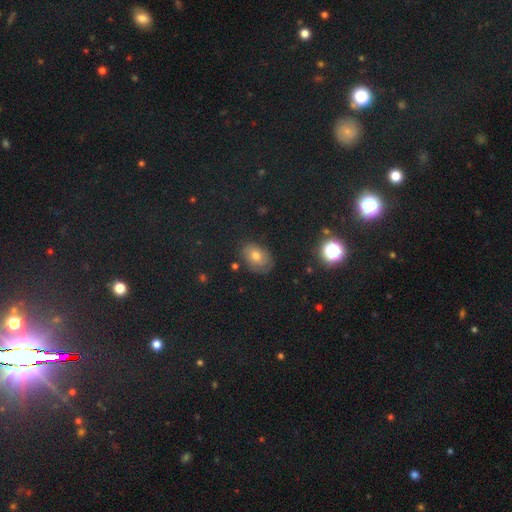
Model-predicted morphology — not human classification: smooth-or-featured: smooth: 51% | star or artifact: 30% | featured or disk: 19%
  how-rounded: in between: 74% | round: 24% | cigar-shaped: 2%
  merging: none: 77% | minor disturbance: 16% | major disturbance: 5% | merger: 2%